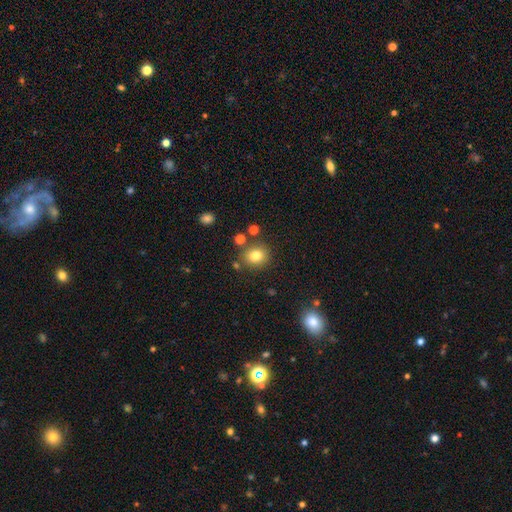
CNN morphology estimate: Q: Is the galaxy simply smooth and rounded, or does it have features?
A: smooth — 80%.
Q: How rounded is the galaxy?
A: round — 77%.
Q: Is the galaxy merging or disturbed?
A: none — 81%.